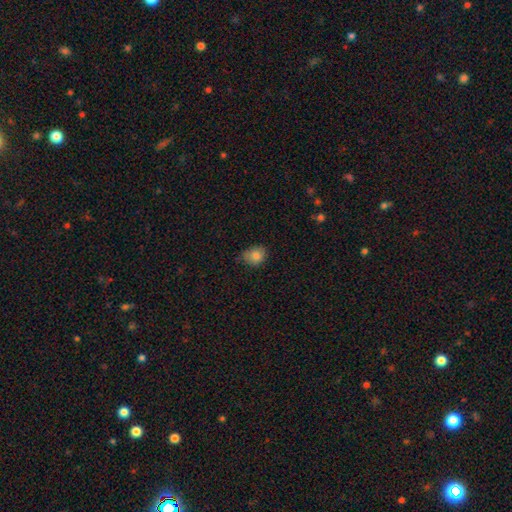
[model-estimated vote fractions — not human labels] A smooth galaxy with no disk features (83%) that is round (57%).

Vote fractions:
- Smooth or featured? smooth: 83% / star or artifact: 10% / featured or disk: 7%
- How rounded? round: 57% / in between: 42% / cigar-shaped: 1%
- Merging? none: 62% / minor disturbance: 31% / major disturbance: 5% / merger: 2%